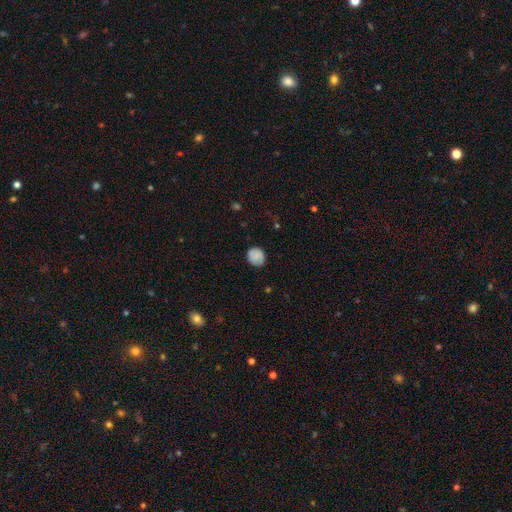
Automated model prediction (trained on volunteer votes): Q: Smooth or featured?
A: smooth (82%); runner-up: featured or disk (10%)
Q: How rounded?
A: round (77%); runner-up: in between (22%)
Q: Merging?
A: none (81%); runner-up: minor disturbance (15%)